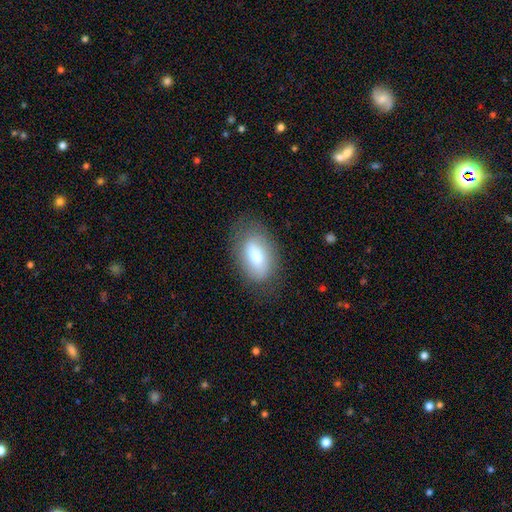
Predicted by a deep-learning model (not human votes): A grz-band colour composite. It shows a smooth galaxy with no disk features (68%) that is in between round and cigar-shaped (89%). Merging: none (77%).